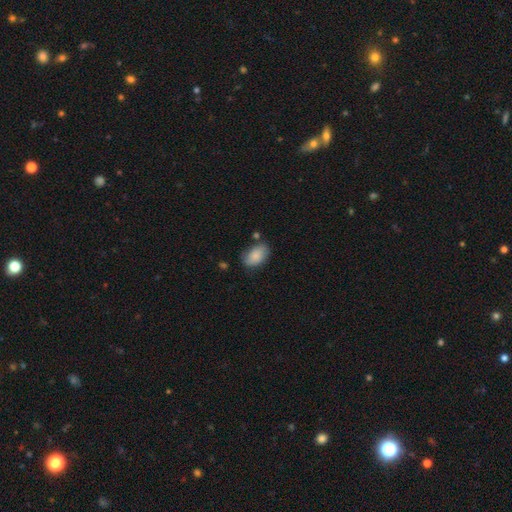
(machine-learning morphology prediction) Smooth or featured?
  - smooth: 83% *
  - featured or disk: 10%
  - star or artifact: 7%
How rounded?
  - in between: 90% *
  - round: 8%
  - cigar-shaped: 1%
Merging?
  - none: 64% *
  - minor disturbance: 25%
  - major disturbance: 6%
  - merger: 5%